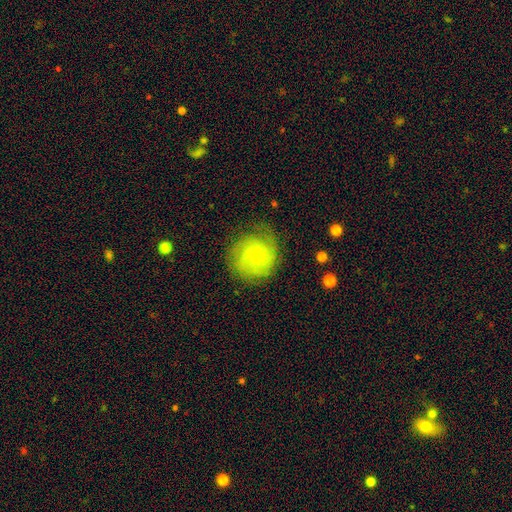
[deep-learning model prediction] A featured or disk galaxy (67%) with no bar (73%), 2 (29%) tight (59%) spiral arms (93%) and a small central bulge (64%).

Vote fractions:
- Smooth or featured? featured or disk: 67% / smooth: 26% / star or artifact: 7%
- Edge-on disk? no: 98% / yes: 2%
- Bar? no: 73% / weak: 24% / strong: 3%
- Spiral arms? yes: 93% / no: 7%
- Spiral winding? tight: 59% / medium: 32% / loose: 9%
- Spiral arm count? 2: 29% / can't tell: 27% / 3: 26% / 4: 7% / 1: 6% / more than 4: 5%
- Bulge size? small: 64% / moderate: 30% / none: 3% / large: 2% / dominant: 1%
- Merging? none: 76% / minor disturbance: 16% / major disturbance: 7% / merger: 1%